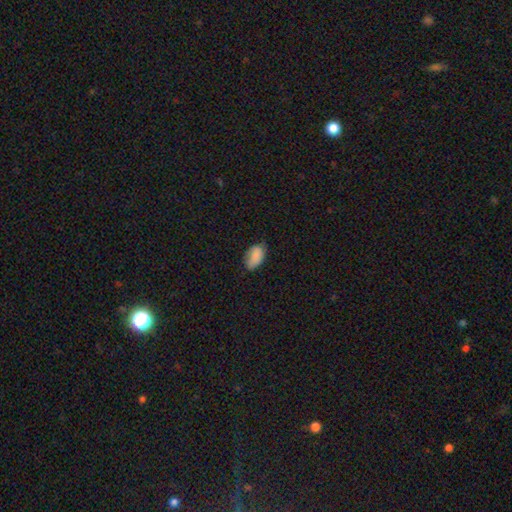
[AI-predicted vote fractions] This is clearly a smooth galaxy (83%). How rounded: clearly in between (92%). Merging: possibly none (59%).